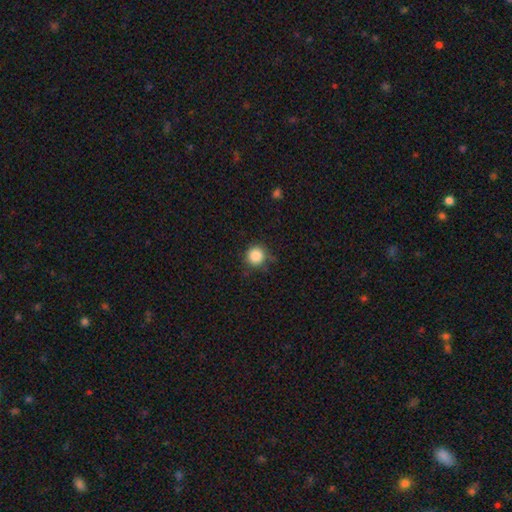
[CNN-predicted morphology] The model was most divided on "merging": none: 80%, minor disturbance: 15%, major disturbance: 4%, merger: 2%. More confident: how rounded — round (94%); smooth or featured — smooth (86%).